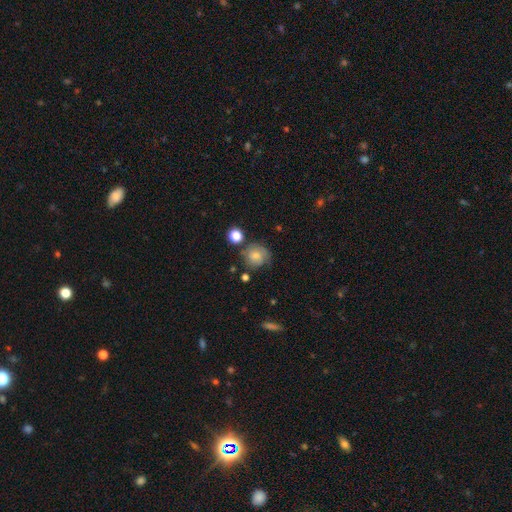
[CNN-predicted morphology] smooth 68%, featured or disk 21%, star or artifact 11%. Down the decision tree: how rounded — round (86%); merging — none (64%).